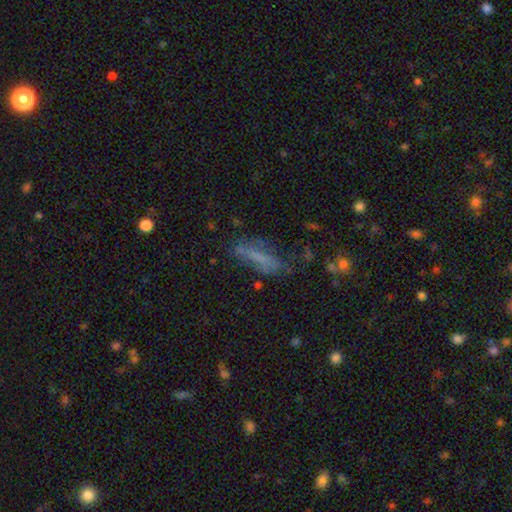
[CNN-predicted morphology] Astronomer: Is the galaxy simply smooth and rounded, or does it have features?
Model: smooth — 58%.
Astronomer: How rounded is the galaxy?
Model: cigar-shaped — 72%.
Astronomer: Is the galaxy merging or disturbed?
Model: none — 60%.